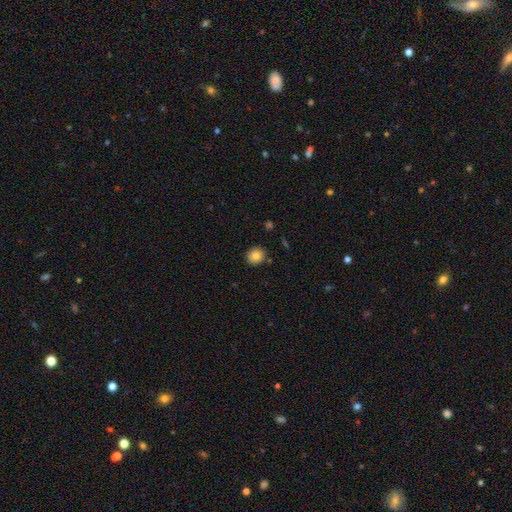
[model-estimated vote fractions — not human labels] Overall: smooth (82%). How rounded: round (85%). Merging: none (87%).